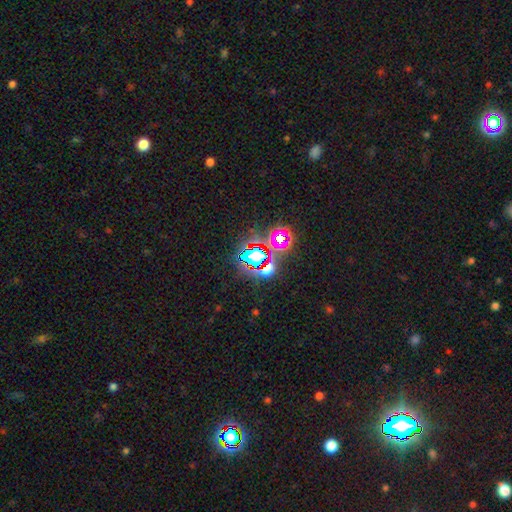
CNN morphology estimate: A star or artifact, not a galaxy (71%).